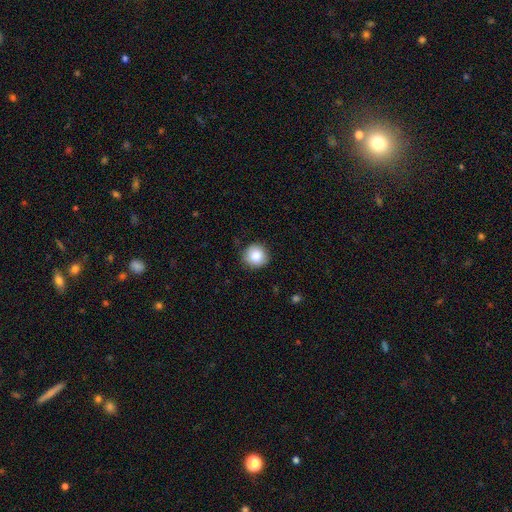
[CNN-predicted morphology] Smooth or featured? smooth (87%)
How rounded? round (92%)
Merging? none (85%)